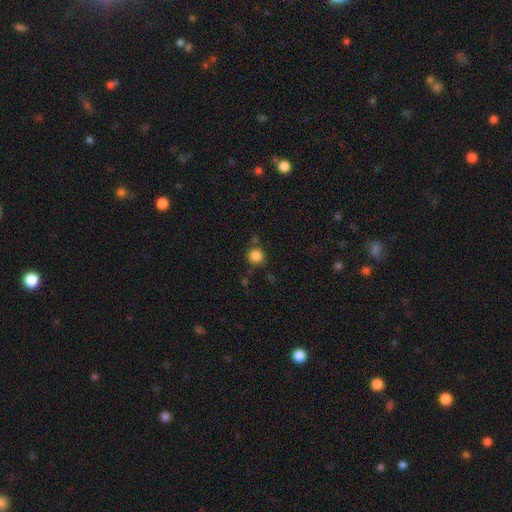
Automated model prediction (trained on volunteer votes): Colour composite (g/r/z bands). It shows a smooth galaxy with no disk features (84%) that is round (92%). Merging: none (78%).